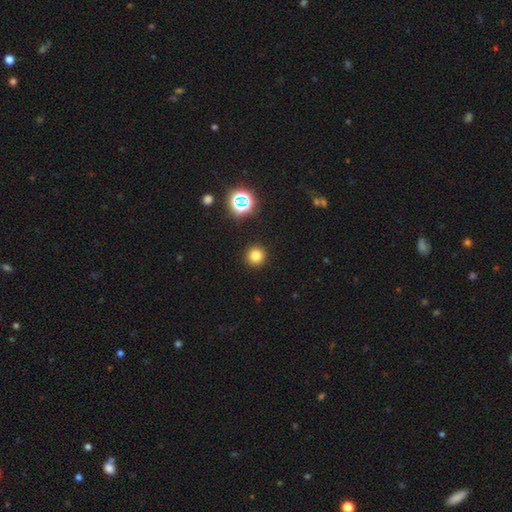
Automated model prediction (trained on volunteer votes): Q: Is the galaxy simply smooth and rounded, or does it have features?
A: smooth — 78%.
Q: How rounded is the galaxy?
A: round — 95%.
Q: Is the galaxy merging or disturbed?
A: none — 92%.